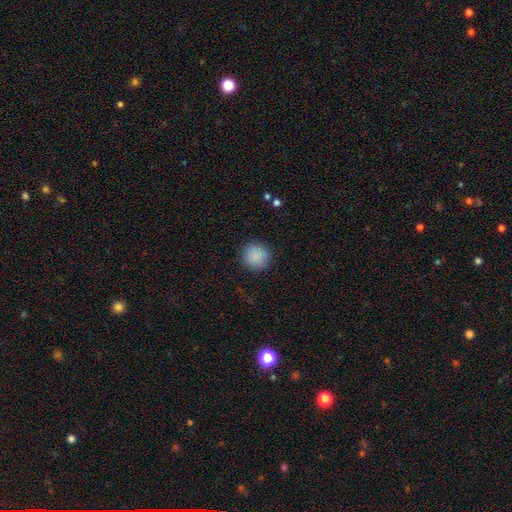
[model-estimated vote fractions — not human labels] The model was most divided on "smooth or featured": smooth: 87%, star or artifact: 8%, featured or disk: 5%. More confident: how rounded — round (93%); merging — none (89%).